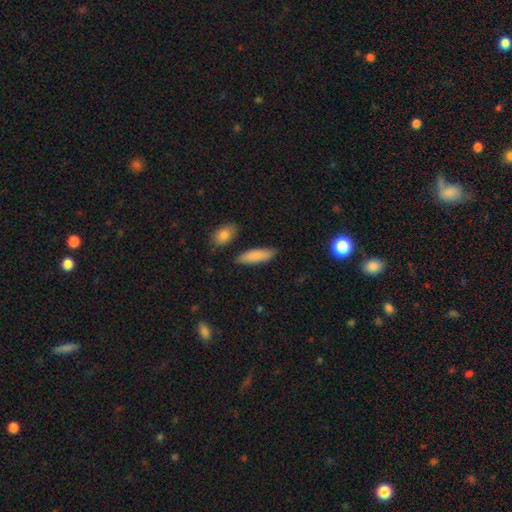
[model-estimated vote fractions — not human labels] A smooth galaxy with no disk features (86%) that is in between round and cigar-shaped (55%).

Vote fractions:
- Smooth or featured? smooth: 86% / featured or disk: 7% / star or artifact: 6%
- How rounded? in between: 55% / cigar-shaped: 43% / round: 2%
- Merging? none: 84% / minor disturbance: 10% / merger: 3% / major disturbance: 2%